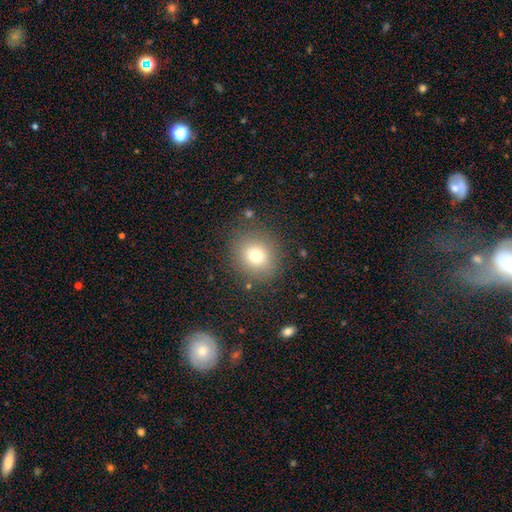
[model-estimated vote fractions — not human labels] Smooth or featured: smooth — 74% (star or artifact — 14%)
How rounded: round — 84% (in between — 15%)
Merging: none — 84% (minor disturbance — 10%)